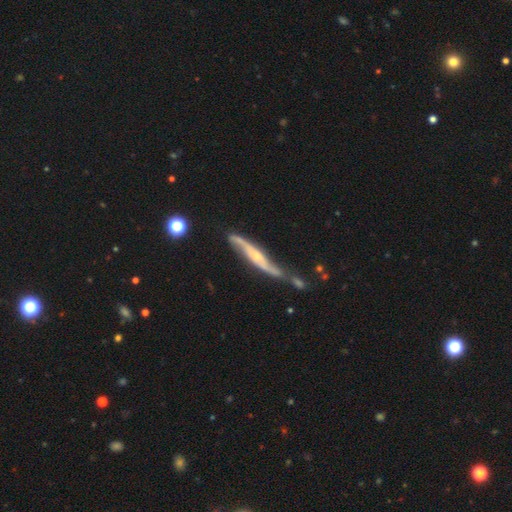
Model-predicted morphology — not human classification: featured or disk 80%, smooth 14%, star or artifact 6%. Down the decision tree: edge-on disk — yes (57%); merging — none (48%).